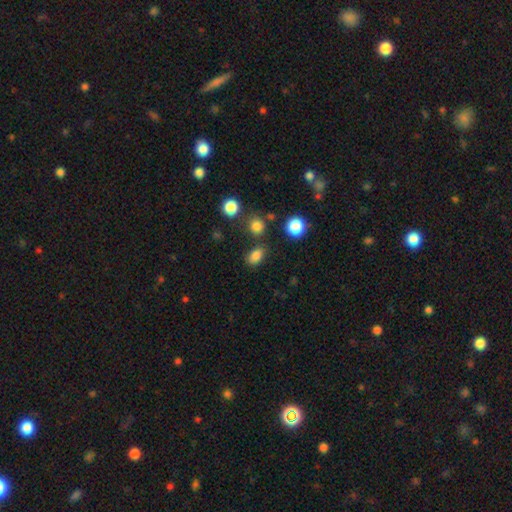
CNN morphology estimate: A smooth galaxy with no disk features (83%) that is in between round and cigar-shaped (76%). Merging: none (77%).